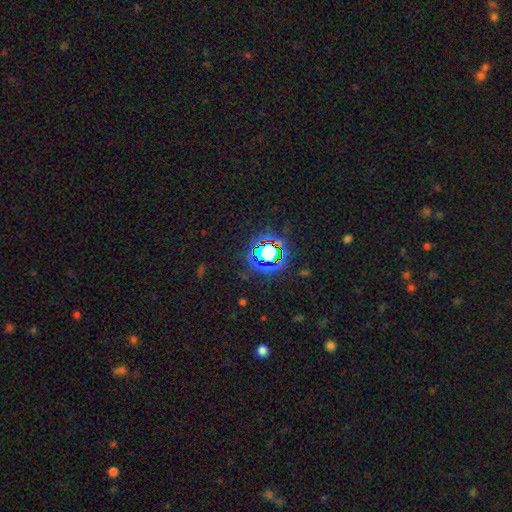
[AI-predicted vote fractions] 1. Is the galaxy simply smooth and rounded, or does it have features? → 80% star or artifact, 12% smooth, 8% featured or disk.